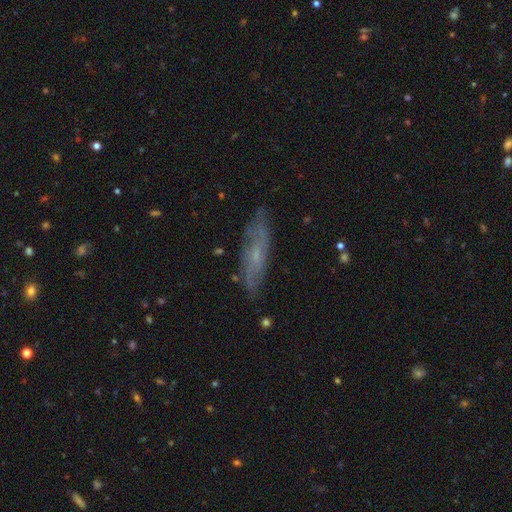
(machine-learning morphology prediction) smooth-or-featured: featured or disk: 57% | smooth: 35% | star or artifact: 8%
  disk-edge-on: no: 64% | yes: 36%
  merging: none: 76% | minor disturbance: 17% | major disturbance: 5% | merger: 2%